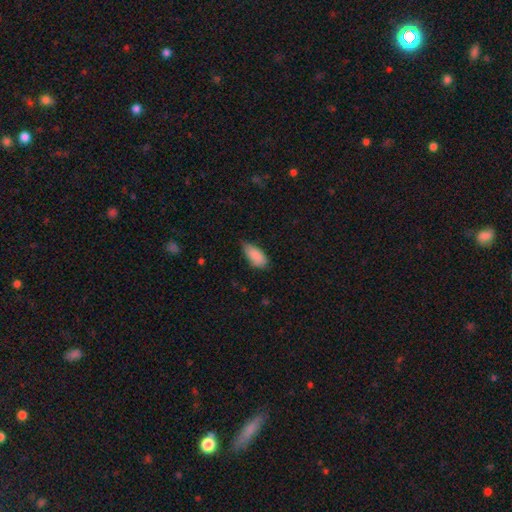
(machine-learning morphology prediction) The model was most divided on "merging": none: 54%, minor disturbance: 39%, major disturbance: 6%, merger: 2%. More confident: how rounded — in between (89%); smooth or featured — smooth (88%).